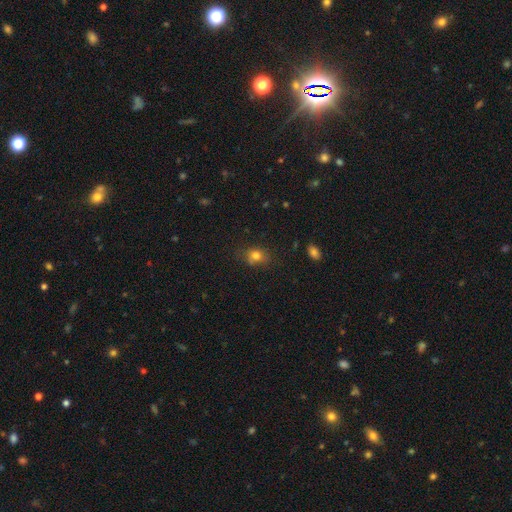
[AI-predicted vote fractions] smooth_or_featured: smooth (p=0.79) [alt: star or artifact p=0.12]
how_rounded: round (p=0.52) [alt: in between p=0.47]
merging: none (p=0.64) [alt: minor disturbance p=0.24]